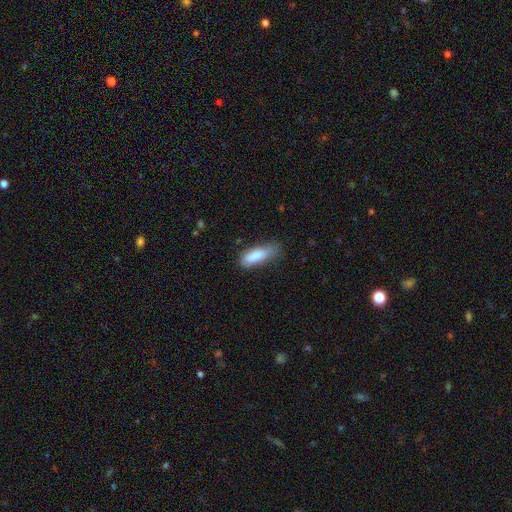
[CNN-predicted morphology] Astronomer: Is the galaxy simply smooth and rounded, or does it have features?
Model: smooth — 82%.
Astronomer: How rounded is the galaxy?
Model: in between — 52% (runner-up: cigar-shaped, 47%).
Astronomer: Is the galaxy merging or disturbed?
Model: none — 56% (runner-up: minor disturbance, 32%).